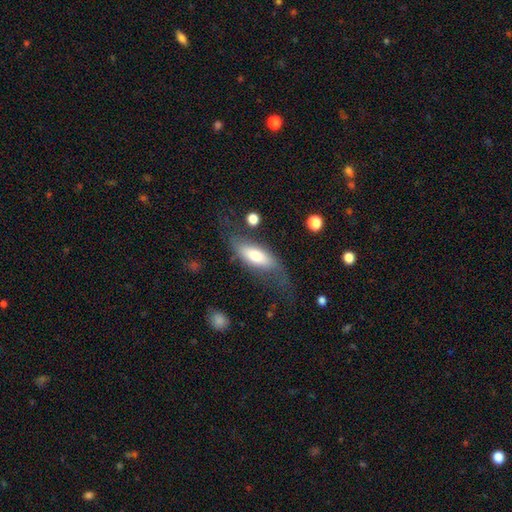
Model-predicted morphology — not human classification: type=smooth (54%); roundness=in between (67%); merging=none (47%).